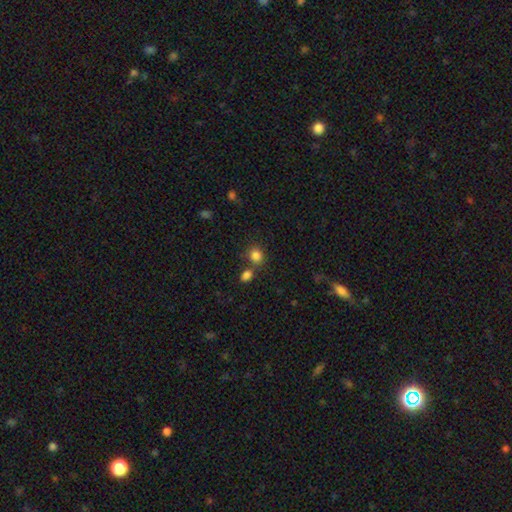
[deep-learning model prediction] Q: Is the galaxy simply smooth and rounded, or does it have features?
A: smooth — 83%.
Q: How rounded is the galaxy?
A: round — 72%.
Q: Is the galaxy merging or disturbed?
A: none — 63%.